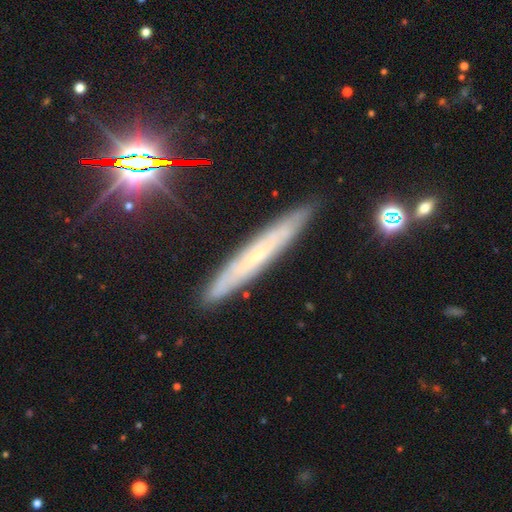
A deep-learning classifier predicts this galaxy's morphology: Smooth or featured? Predicted: featured or disk (p=0.55). Edge-on disk? Predicted: yes (p=0.84). Merging? Predicted: none (p=0.88).